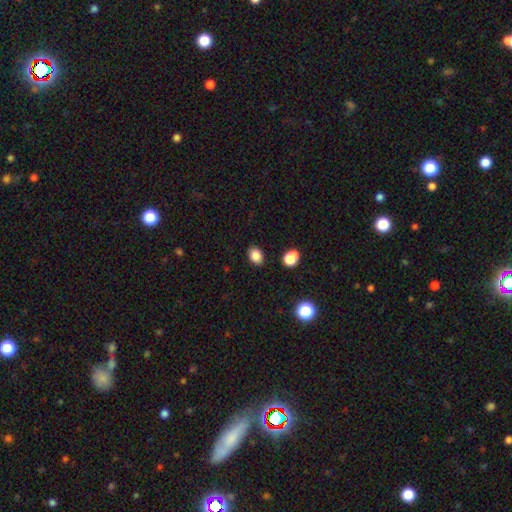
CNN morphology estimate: smooth-or-featured: smooth: 85% | star or artifact: 11% | featured or disk: 4%
  how-rounded: in between: 66% | round: 33% | cigar-shaped: 1%
  merging: none: 86% | minor disturbance: 9% | merger: 3% | major disturbance: 2%